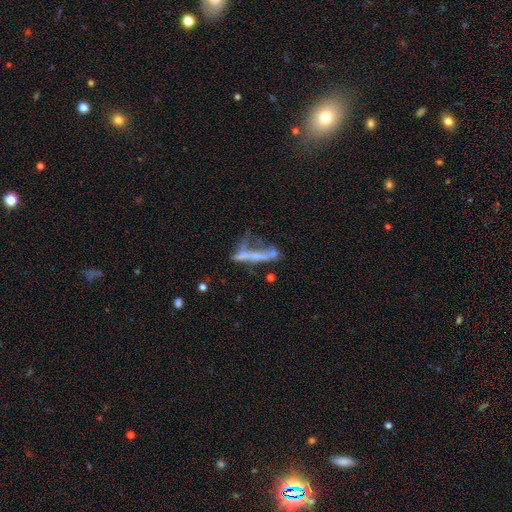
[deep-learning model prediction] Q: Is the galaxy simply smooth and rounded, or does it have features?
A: featured or disk — 51%.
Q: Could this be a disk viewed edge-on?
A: no — 60%.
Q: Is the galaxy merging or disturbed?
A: major disturbance — 35%.